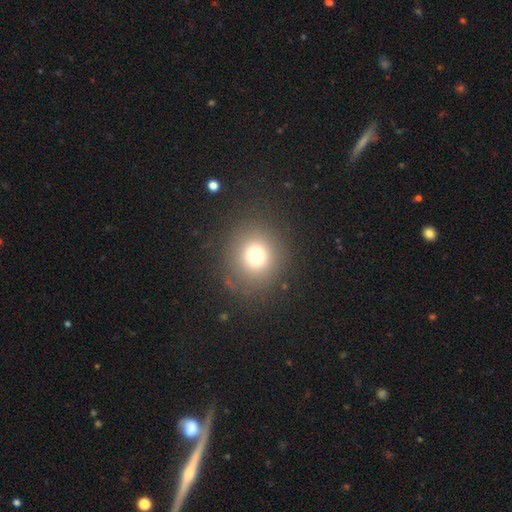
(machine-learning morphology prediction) Overall: smooth (72%). How rounded: round (89%). Merging: none (85%).